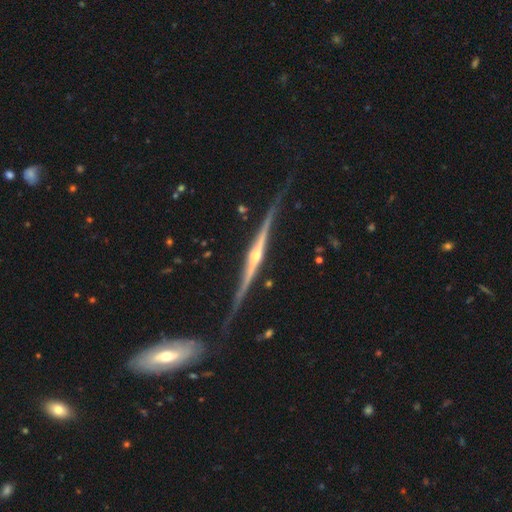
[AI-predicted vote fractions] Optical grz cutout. It shows a featured or disk galaxy (89%) viewed edge-on (97%) with a rounded central bulge (87%). Merging: none (72%).